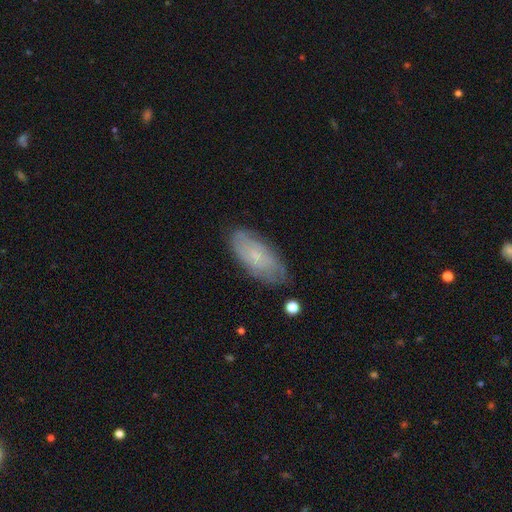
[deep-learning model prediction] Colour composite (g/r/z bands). It shows a featured or disk galaxy (46%, tied with smooth). Merging: none (76%).